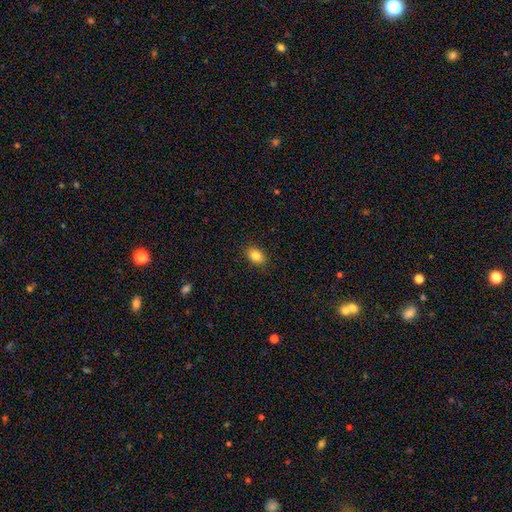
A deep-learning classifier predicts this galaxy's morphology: The model was most divided on "how rounded": in between: 81%, round: 18%, cigar-shaped: 1%. More confident: merging — none (88%); smooth or featured — smooth (83%).